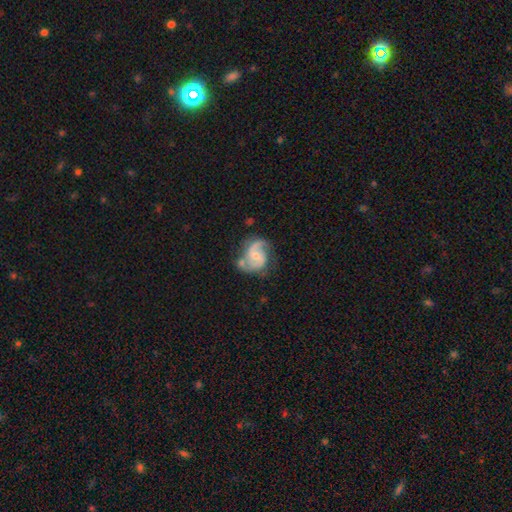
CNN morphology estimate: Q: Smooth or featured?
A: featured or disk (85%); runner-up: smooth (10%)
Q: Edge-on disk?
A: no (98%); runner-up: yes (2%)
Q: Bar?
A: no (53%); runner-up: weak (39%)
Q: Spiral arms?
A: yes (96%); runner-up: no (4%)
Q: Spiral winding?
A: medium (54%); runner-up: loose (24%)
Q: Spiral arm count?
A: 2 (87%); runner-up: 1 (5%)
Q: Bulge size?
A: small (48%); runner-up: moderate (47%)
Q: Merging?
A: none (59%); runner-up: minor disturbance (22%)